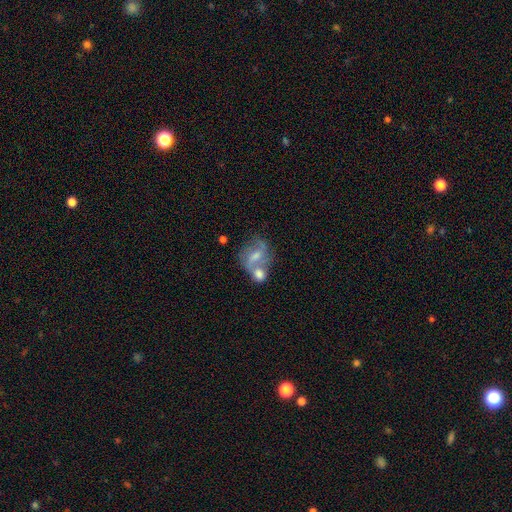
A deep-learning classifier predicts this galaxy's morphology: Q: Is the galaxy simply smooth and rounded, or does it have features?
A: featured or disk — 58%.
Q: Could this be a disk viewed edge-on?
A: no — 97%.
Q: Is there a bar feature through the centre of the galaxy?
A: weak — 50%.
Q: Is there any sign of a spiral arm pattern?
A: yes — 76%.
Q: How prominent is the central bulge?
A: moderate — 45%.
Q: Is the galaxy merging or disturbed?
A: merger — 53%.